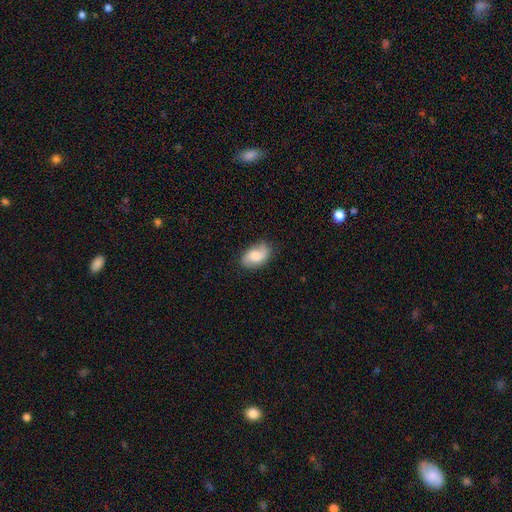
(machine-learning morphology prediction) smooth 53%, featured or disk 39%, star or artifact 8%. Down the decision tree: how rounded — in between (89%); merging — none (79%).